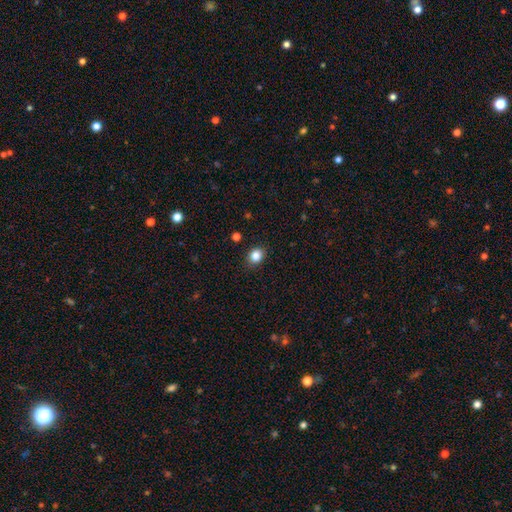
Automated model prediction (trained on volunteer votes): Smooth or featured? Predicted: smooth (p=0.84). How rounded? Predicted: round (p=0.58). Merging? Predicted: none (p=0.88).